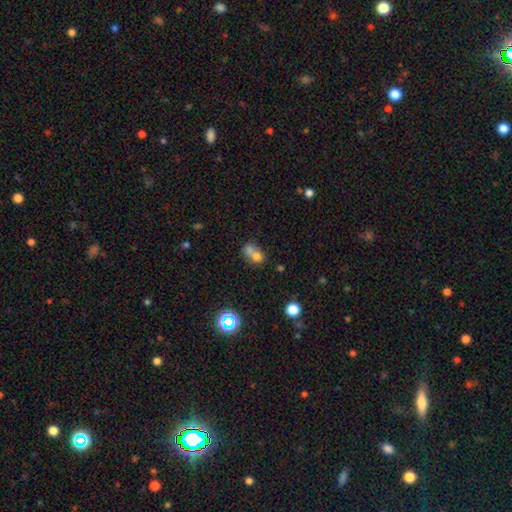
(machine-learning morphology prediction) Q: Smooth or featured?
A: smooth (69%); runner-up: featured or disk (17%)
Q: How rounded?
A: round (66%); runner-up: in between (33%)
Q: Merging?
A: merger (65%); runner-up: none (26%)